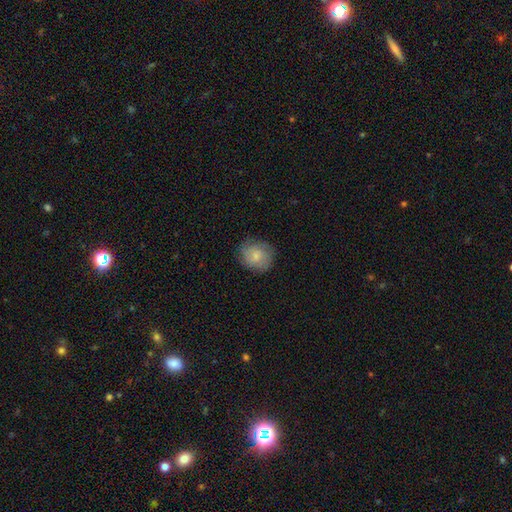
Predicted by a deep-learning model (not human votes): Smooth or featured? smooth (67%)
How rounded? round (79%)
Merging? none (77%)